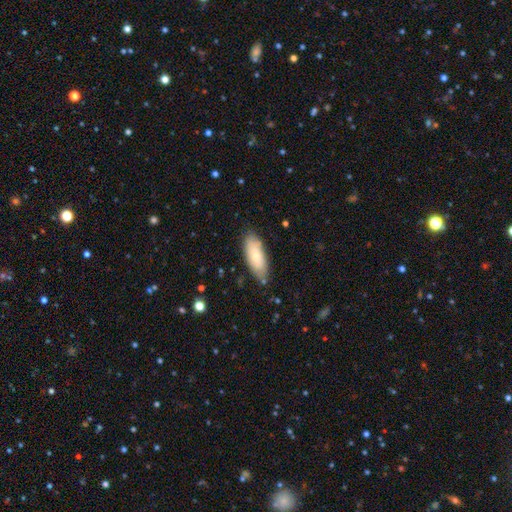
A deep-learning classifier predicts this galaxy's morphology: smooth 73%, featured or disk 20%, star or artifact 6%. Down the decision tree: how rounded — in between (77%); merging — none (80%).